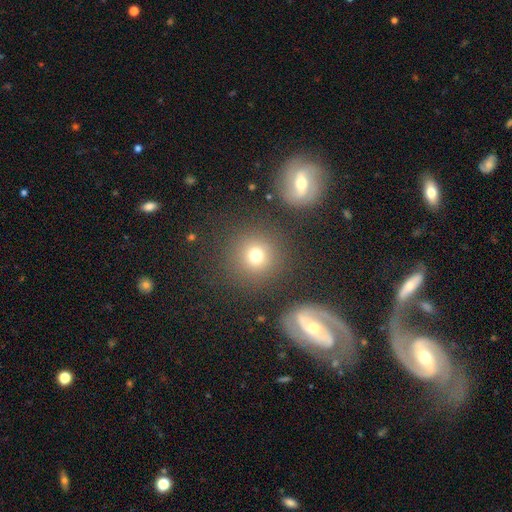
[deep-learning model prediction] Smooth or featured?
  - smooth: 74% *
  - star or artifact: 16%
  - featured or disk: 10%
How rounded?
  - round: 92% *
  - in between: 7%
  - cigar-shaped: 1%
Merging?
  - none: 82% *
  - minor disturbance: 8%
  - merger: 6%
  - major disturbance: 4%